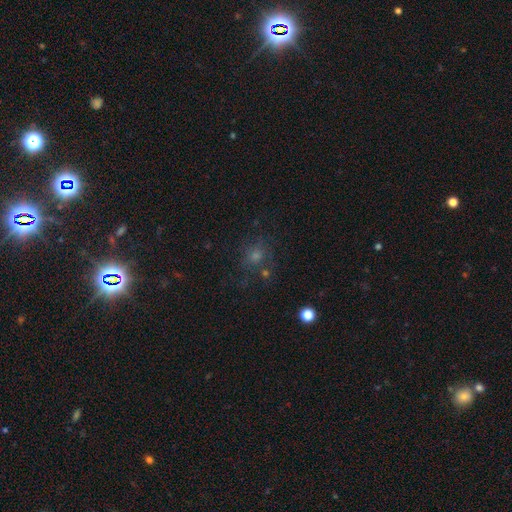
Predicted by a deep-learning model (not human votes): This appears to be a smooth galaxy with no disk features (45%). Merging: none (67%).